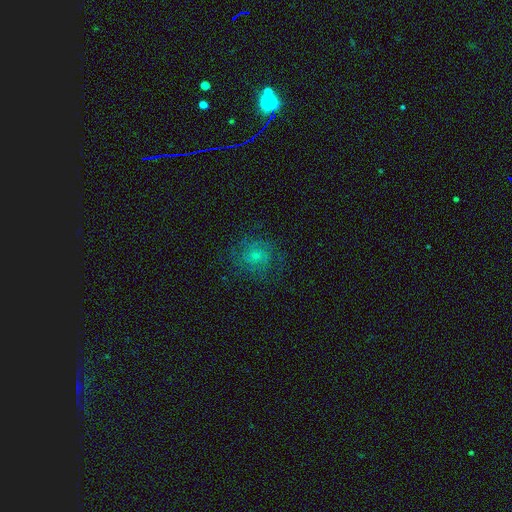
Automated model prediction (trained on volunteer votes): A smooth galaxy with no disk features (45%). Merging: none (70%).